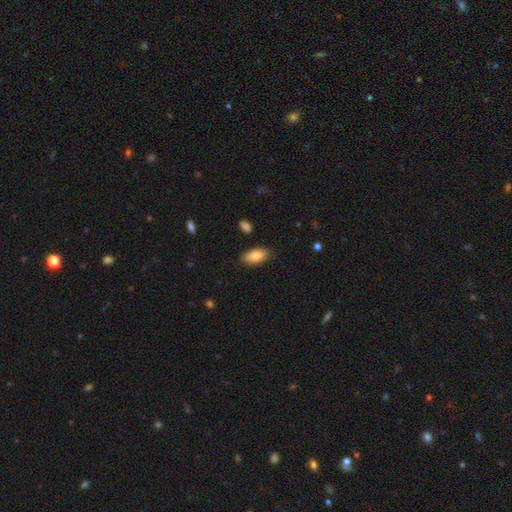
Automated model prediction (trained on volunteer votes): The model was most divided on "merging": none: 83%, minor disturbance: 13%, major disturbance: 2%, merger: 2%. More confident: how rounded — in between (90%); smooth or featured — smooth (84%).